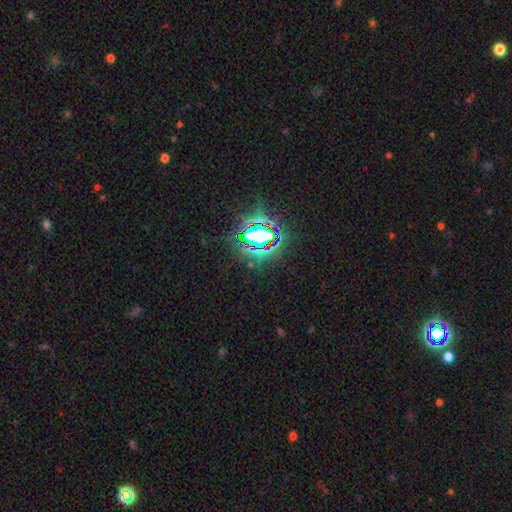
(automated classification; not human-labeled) The model was most divided on "smooth or featured": star or artifact: 83%, smooth: 10%, featured or disk: 7%.